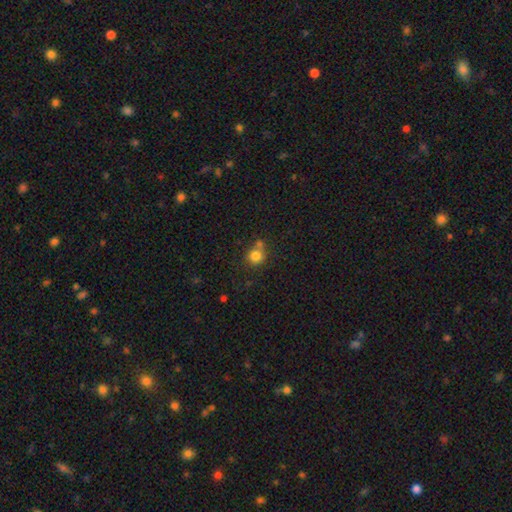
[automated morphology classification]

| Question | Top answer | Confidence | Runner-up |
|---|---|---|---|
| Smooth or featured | smooth | 81% | star or artifact (12%) |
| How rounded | round | 86% | in between (13%) |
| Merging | none | 56% | merger (29%) |